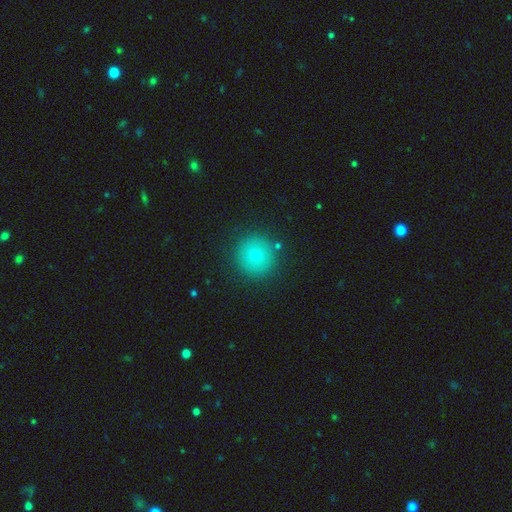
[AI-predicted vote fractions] Smooth or featured?
  - smooth: 77% *
  - star or artifact: 12%
  - featured or disk: 11%
How rounded?
  - round: 95% *
  - in between: 4%
  - cigar-shaped: 1%
Merging?
  - none: 88% *
  - minor disturbance: 7%
  - major disturbance: 3%
  - merger: 2%